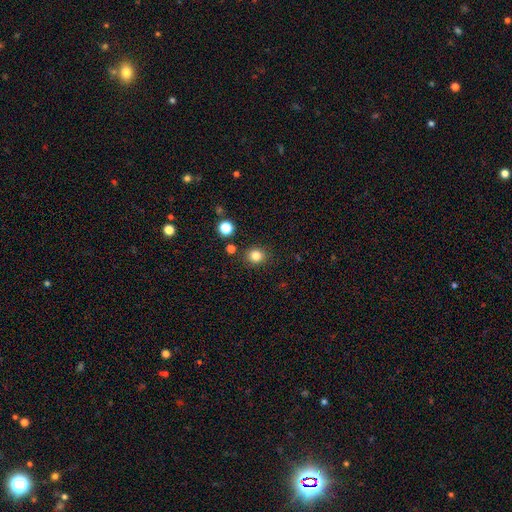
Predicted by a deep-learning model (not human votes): Smooth or featured: smooth — 83% (star or artifact — 13%)
How rounded: round — 82% (in between — 17%)
Merging: none — 87% (minor disturbance — 8%)